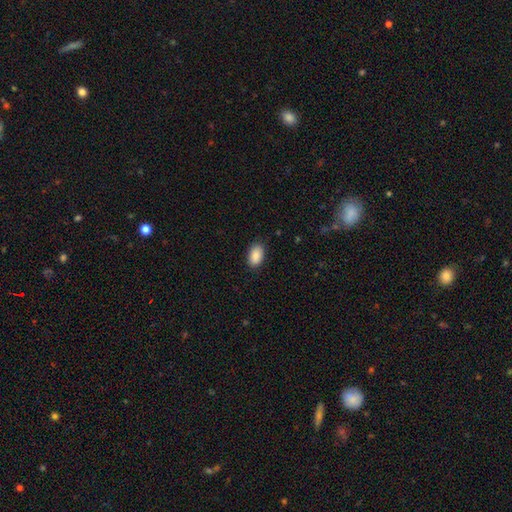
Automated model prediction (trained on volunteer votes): smooth-or-featured: smooth: 89% | star or artifact: 7% | featured or disk: 4%
  how-rounded: in between: 93% | round: 6% | cigar-shaped: 2%
  merging: none: 87% | minor disturbance: 10% | major disturbance: 2% | merger: 1%